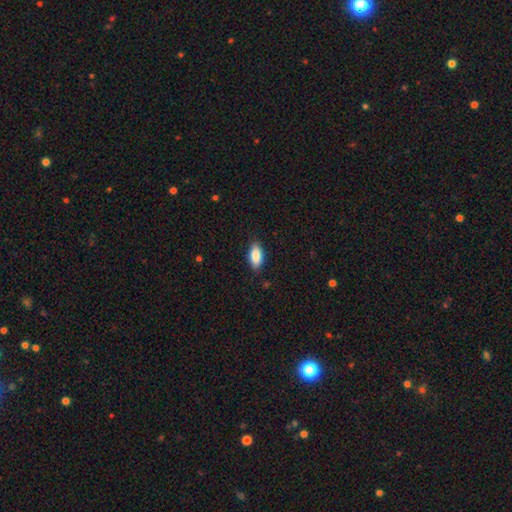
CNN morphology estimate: Q: Smooth or featured?
A: smooth (87%); runner-up: star or artifact (7%)
Q: How rounded?
A: in between (90%); runner-up: cigar-shaped (7%)
Q: Merging?
A: none (86%); runner-up: minor disturbance (11%)